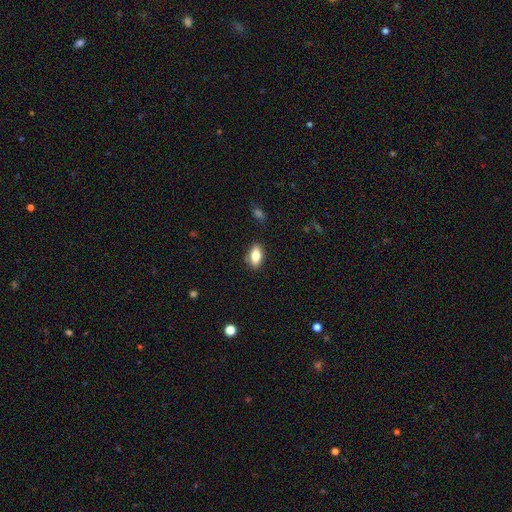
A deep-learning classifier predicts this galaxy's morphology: A smooth galaxy with no disk features (79%) that is in between round and cigar-shaped (86%).

Vote fractions:
- Smooth or featured? smooth: 79% / featured or disk: 14% / star or artifact: 7%
- How rounded? in between: 86% / cigar-shaped: 10% / round: 4%
- Merging? none: 86% / minor disturbance: 10% / major disturbance: 2% / merger: 2%